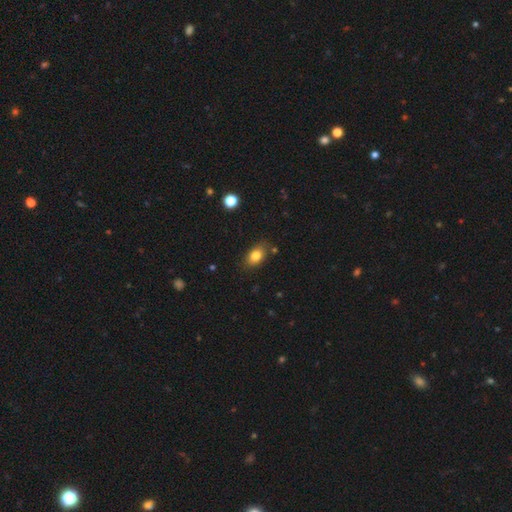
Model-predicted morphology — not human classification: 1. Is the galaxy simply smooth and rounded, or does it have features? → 82% smooth, 9% star or artifact, 9% featured or disk.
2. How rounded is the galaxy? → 82% in between, 16% round, 2% cigar-shaped.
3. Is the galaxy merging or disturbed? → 81% none, 13% minor disturbance, 3% major disturbance, 3% merger.